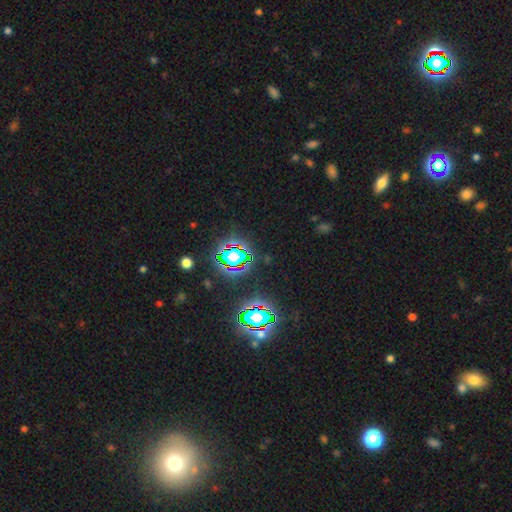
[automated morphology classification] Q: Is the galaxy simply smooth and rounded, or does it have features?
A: star or artifact — 76%.